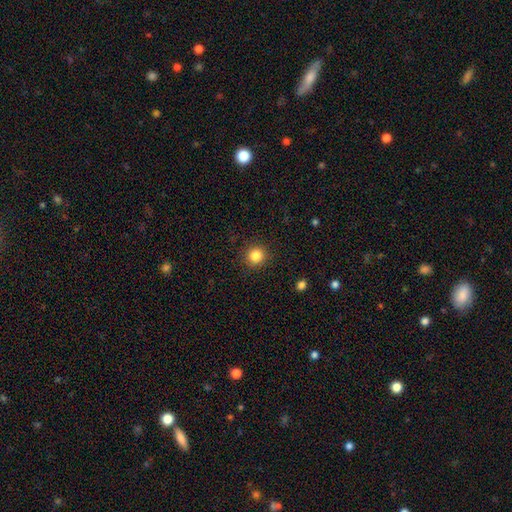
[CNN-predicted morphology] This is clearly a smooth galaxy (84%). How rounded: clearly round (93%). Merging: clearly none (91%).